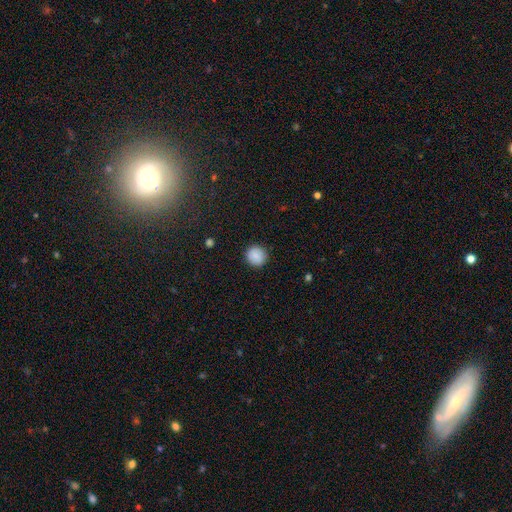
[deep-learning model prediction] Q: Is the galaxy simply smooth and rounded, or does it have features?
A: smooth — 89%.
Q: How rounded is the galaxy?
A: round — 92%.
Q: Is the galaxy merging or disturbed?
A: none — 91%.